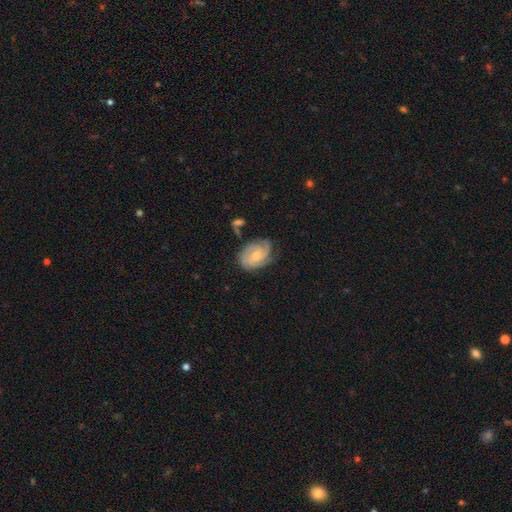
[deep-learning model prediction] featured or disk 81%, smooth 13%, star or artifact 6%. Down the decision tree: edge-on disk — no (98%); bar — no (61%); spiral arms — yes (97%); spiral arm count — 3 (42%); spiral winding — tight (58%); bulge size — small (48%); merging — none (70%).